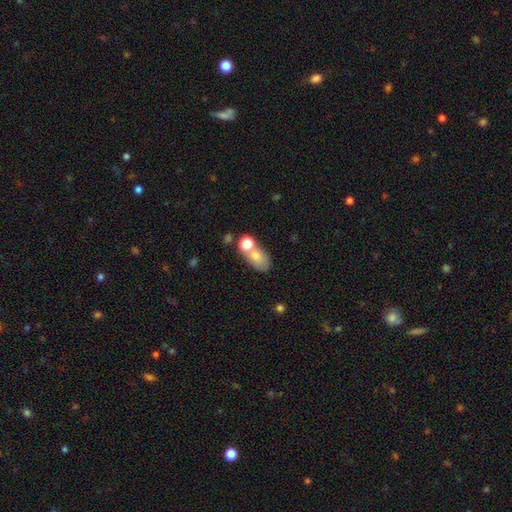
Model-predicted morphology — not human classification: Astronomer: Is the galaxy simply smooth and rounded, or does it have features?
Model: smooth — 73%.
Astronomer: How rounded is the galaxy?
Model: in between — 83%.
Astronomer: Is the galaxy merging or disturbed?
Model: none — 40% (runner-up: merger, 36%).